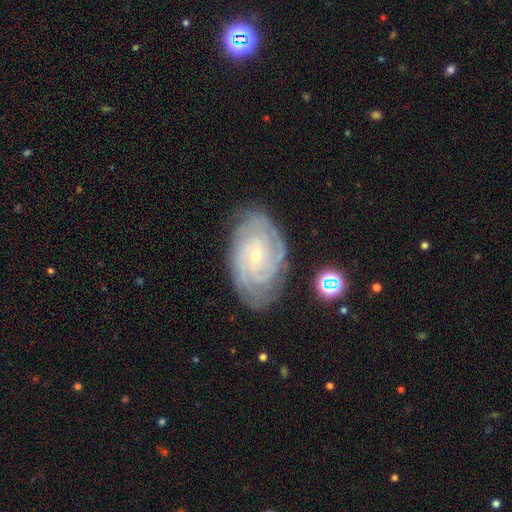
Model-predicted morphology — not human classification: type=featured or disk (85%); edge-on=no (96%); bar=no (68%); spiral arms=yes (97%); winding=tight (80%); arm count=can't tell (31%); bulge=small (76%); merging=none (79%).